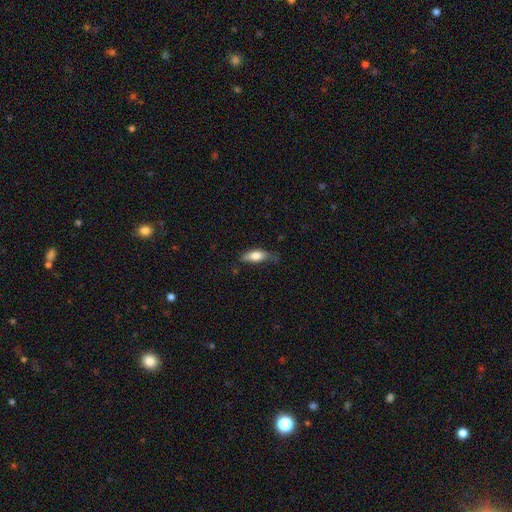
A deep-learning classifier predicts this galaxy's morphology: type=smooth (75%); roundness=in between (71%); merging=none (54%).